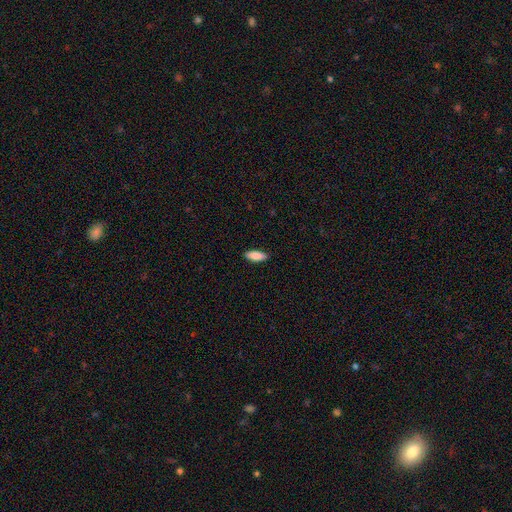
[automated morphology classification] Overall: smooth (87%). How rounded: in between (67%; cigar-shaped 31%). Merging: none (89%).